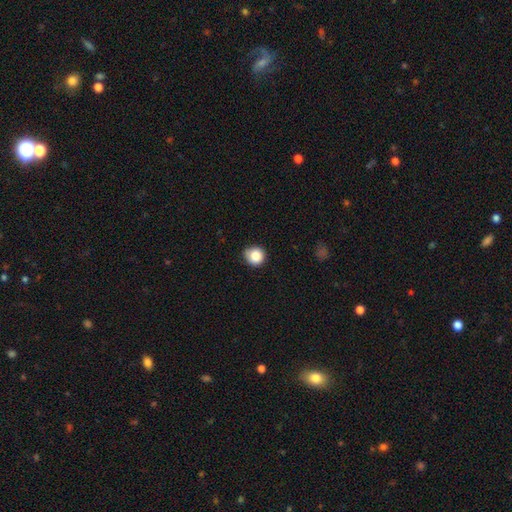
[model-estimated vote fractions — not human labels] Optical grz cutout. It shows a smooth galaxy with no disk features (86%) that is round (91%). Merging: none (76%).